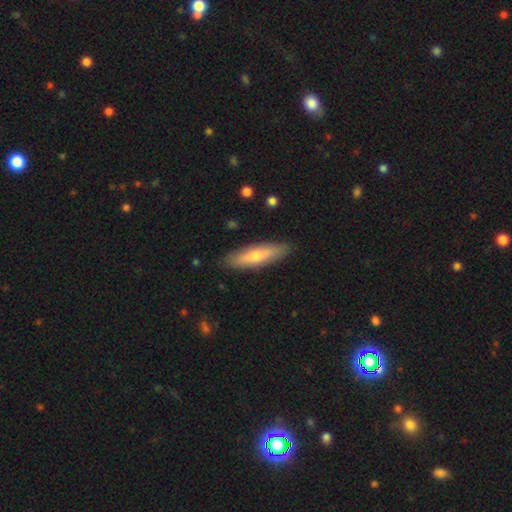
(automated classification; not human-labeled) The model was most divided on "smooth or featured": smooth: 57%, featured or disk: 37%, star or artifact: 6%. More confident: merging — none (88%); how rounded — cigar-shaped (67%).